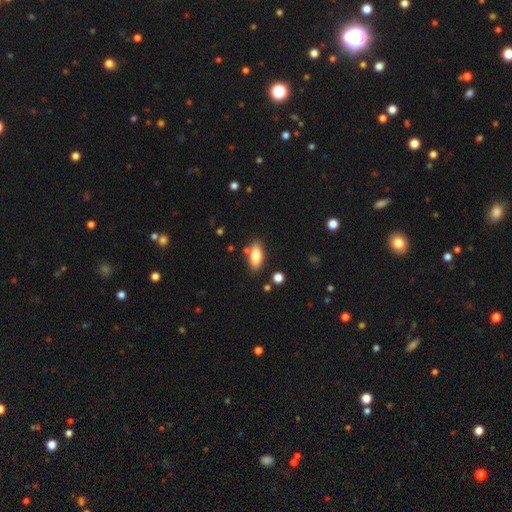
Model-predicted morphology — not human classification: This is likely a smooth galaxy (78%). How rounded: clearly in between (83%). Merging: clearly none (80%).